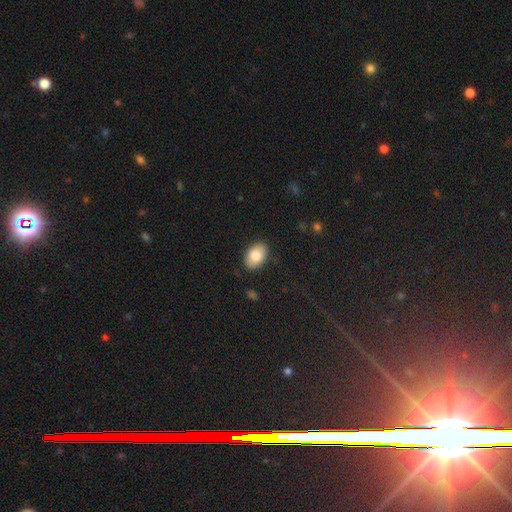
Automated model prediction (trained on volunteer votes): Smooth or featured? Predicted: smooth (p=0.81). How rounded? Predicted: in between (p=0.89). Merging? Predicted: none (p=0.87).